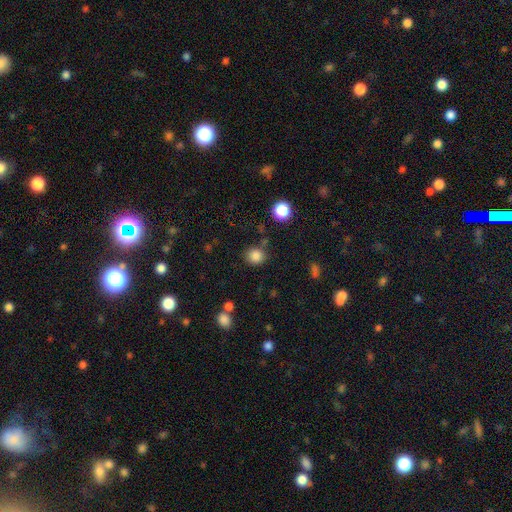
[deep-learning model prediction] Overall: smooth (84%). How rounded: round (84%). Merging: none (81%).